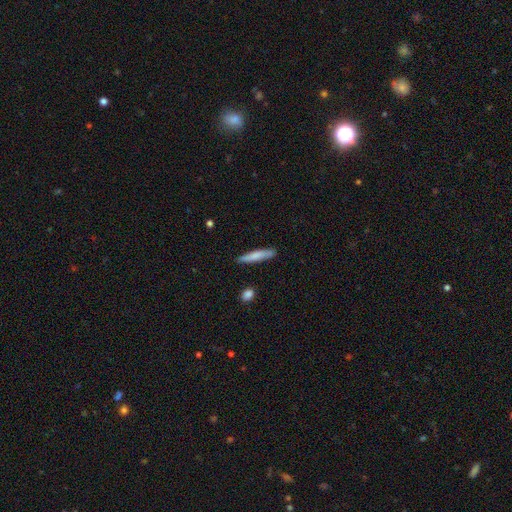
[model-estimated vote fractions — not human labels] smooth-or-featured: smooth: 73% | featured or disk: 21% | star or artifact: 6%
  how-rounded: cigar-shaped: 91% | in between: 7% | round: 1%
  merging: none: 85% | minor disturbance: 11% | major disturbance: 2% | merger: 2%